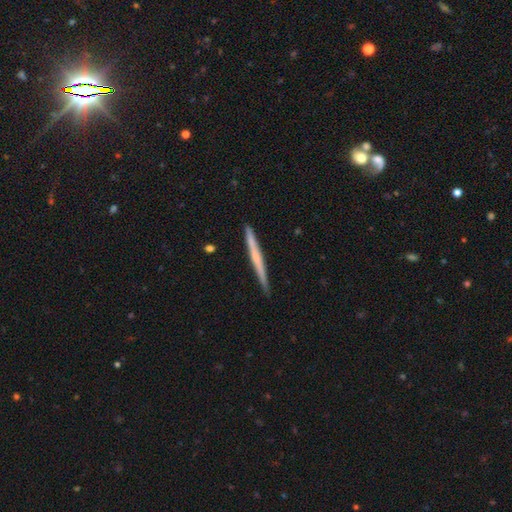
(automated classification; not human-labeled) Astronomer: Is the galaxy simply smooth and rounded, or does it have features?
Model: featured or disk — 52% (runner-up: smooth, 42%).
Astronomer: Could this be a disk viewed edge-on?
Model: yes — 97%.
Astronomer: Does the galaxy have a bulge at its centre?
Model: none — 76%.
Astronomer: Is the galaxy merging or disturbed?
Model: none — 90%.